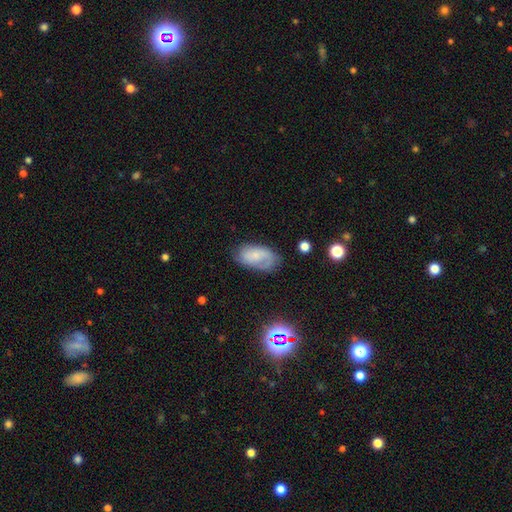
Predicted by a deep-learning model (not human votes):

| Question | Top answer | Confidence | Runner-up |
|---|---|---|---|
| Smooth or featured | smooth | 48% | featured or disk (42%) |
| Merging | none | 62% | minor disturbance (25%) |